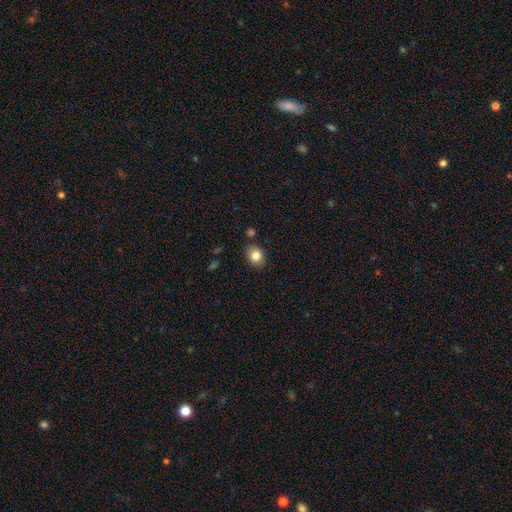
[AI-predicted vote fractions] Overall: smooth (84%). How rounded: round (53%; in between 46%). Merging: none (82%).